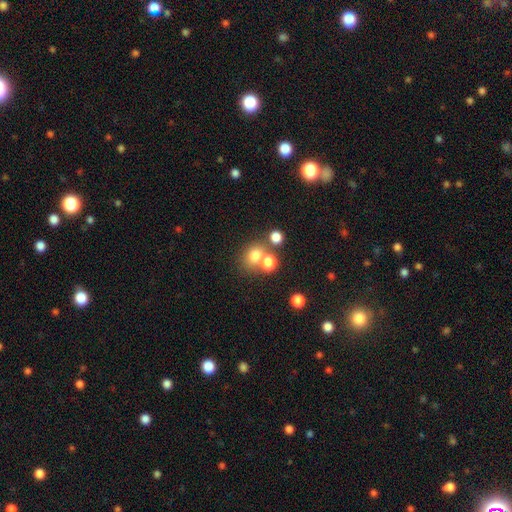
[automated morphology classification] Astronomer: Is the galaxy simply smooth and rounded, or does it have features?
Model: smooth — 73%.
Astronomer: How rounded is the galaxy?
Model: round — 69%.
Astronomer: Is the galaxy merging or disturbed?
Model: none — 54% (runner-up: merger, 33%).